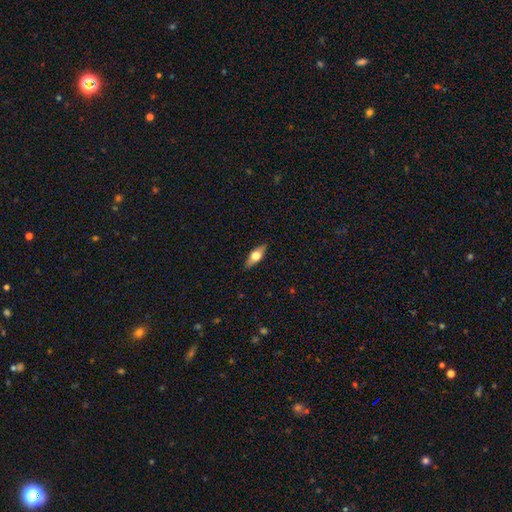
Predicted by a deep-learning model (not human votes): This is possibly a smooth galaxy (47%, tied with featured or disk). Merging: clearly none (88%).